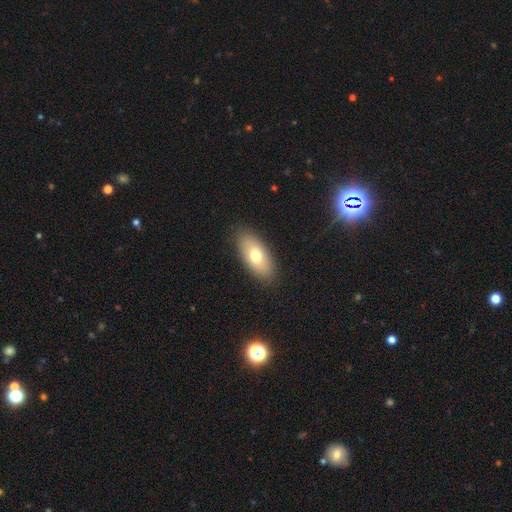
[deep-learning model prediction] Q: Smooth or featured?
A: smooth (73%); runner-up: featured or disk (20%)
Q: How rounded?
A: in between (89%); runner-up: cigar-shaped (8%)
Q: Merging?
A: none (87%); runner-up: minor disturbance (10%)